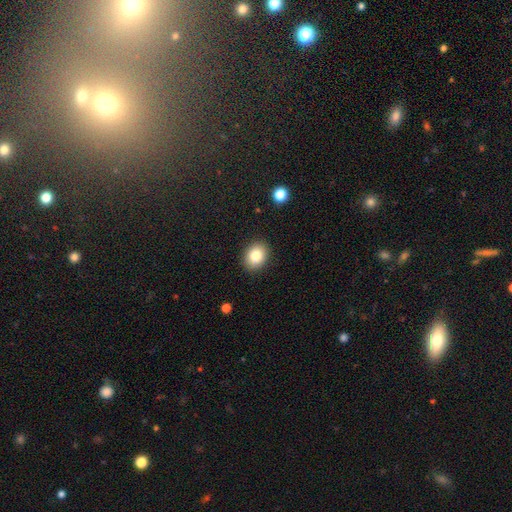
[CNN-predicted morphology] This appears to be a smooth galaxy with no disk features (83%) that is in between round and cigar-shaped (60%). Merging: none (89%).